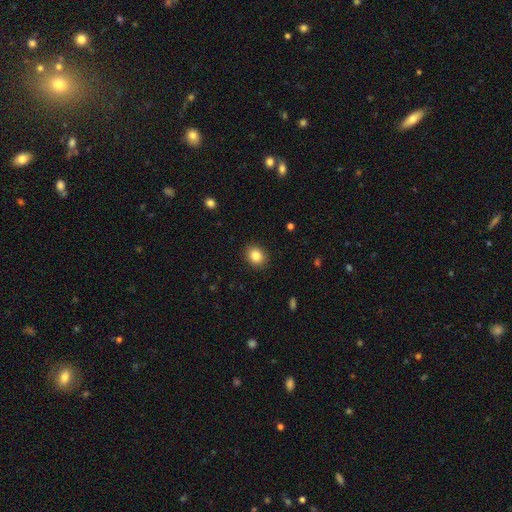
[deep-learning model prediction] Q: Smooth or featured?
A: smooth (85%); runner-up: star or artifact (10%)
Q: How rounded?
A: round (58%); runner-up: in between (42%)
Q: Merging?
A: none (90%); runner-up: minor disturbance (7%)